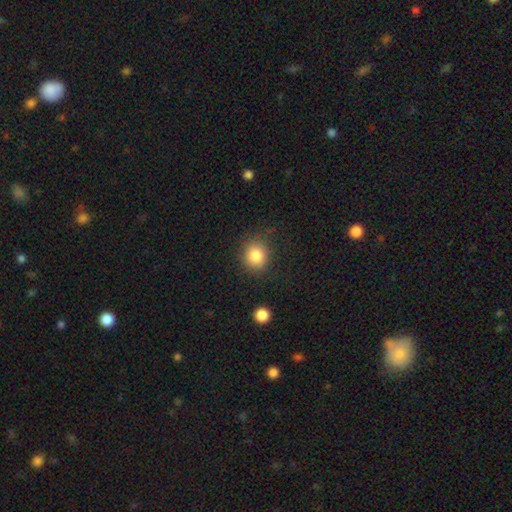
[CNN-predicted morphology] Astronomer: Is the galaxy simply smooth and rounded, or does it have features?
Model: smooth — 84%.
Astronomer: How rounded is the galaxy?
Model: round — 77%.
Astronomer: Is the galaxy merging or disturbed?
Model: none — 82%.